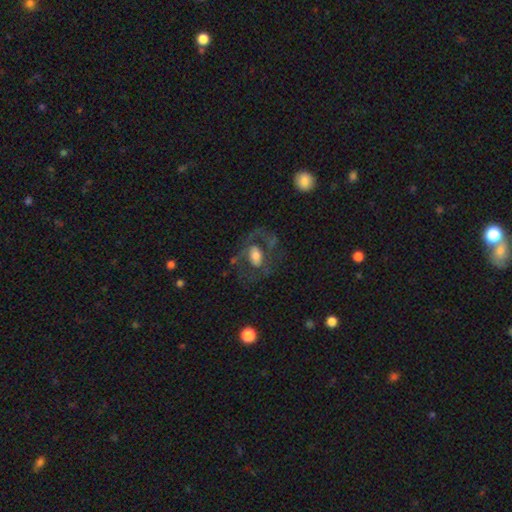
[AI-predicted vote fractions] Morphology: type=featured or disk (53%); edge-on=no (94%); merging=none (49%).